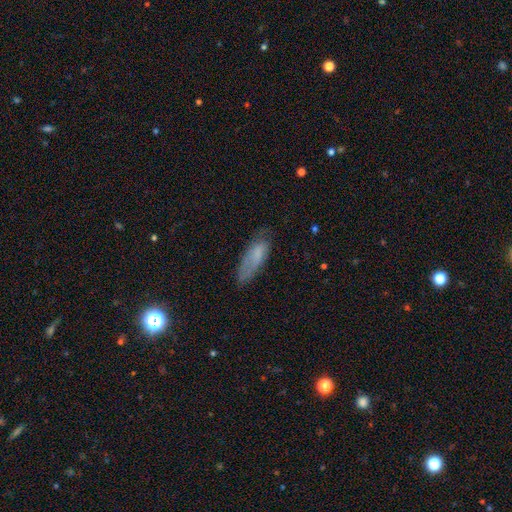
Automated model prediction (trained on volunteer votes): A smooth galaxy with no disk features (68%) that is in between round and cigar-shaped (60%). Merging: none (56%).